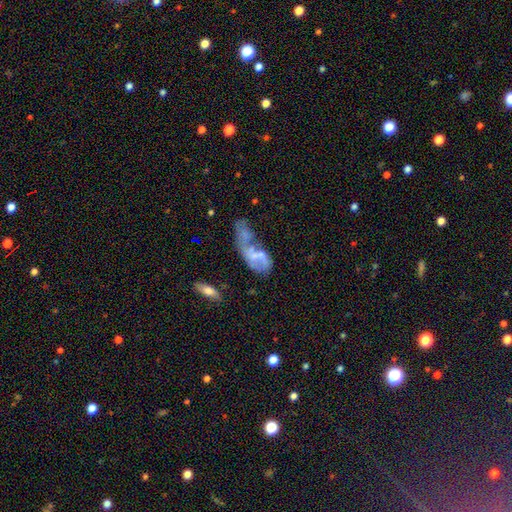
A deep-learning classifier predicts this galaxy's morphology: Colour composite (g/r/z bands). It shows a featured or disk galaxy (57%) with no bar (74%), no spiral arms (61%) and a small central bulge (40%). Merging: merger (38%).